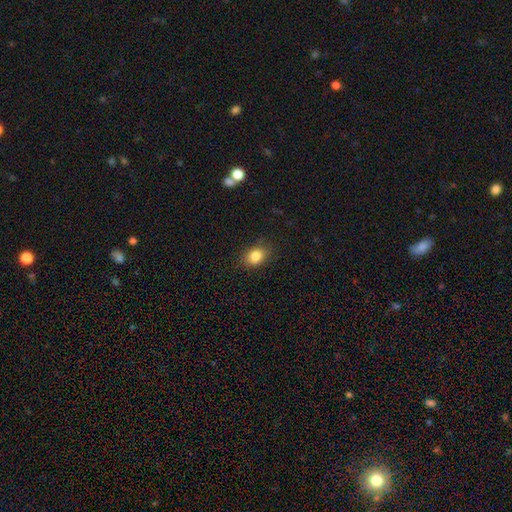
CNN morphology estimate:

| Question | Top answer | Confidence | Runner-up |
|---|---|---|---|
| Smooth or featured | smooth | 85% | star or artifact (10%) |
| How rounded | in between | 66% | round (33%) |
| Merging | none | 82% | minor disturbance (13%) |